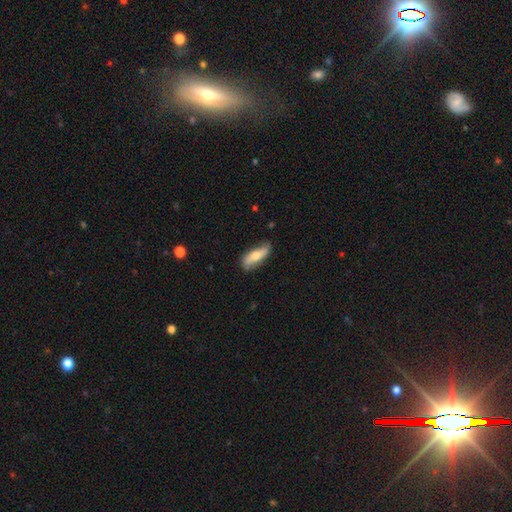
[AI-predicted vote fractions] This is possibly a smooth galaxy (58%). How rounded: likely in between (61%). Merging: likely none (70%).